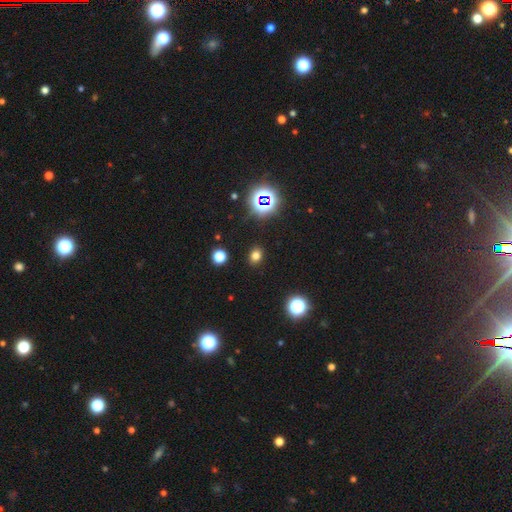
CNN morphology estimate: Smooth or featured? smooth (74%)
How rounded? in between (52%)
Merging? none (89%)